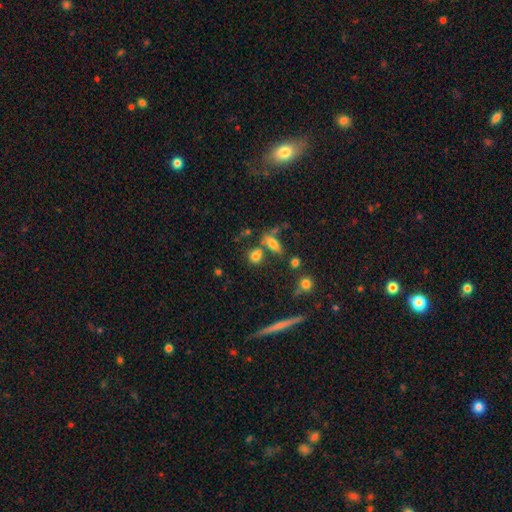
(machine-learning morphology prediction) Smooth or featured: smooth — 75% (star or artifact — 13%)
How rounded: round — 54% (in between — 37%)
Merging: none — 56% (merger — 27%)